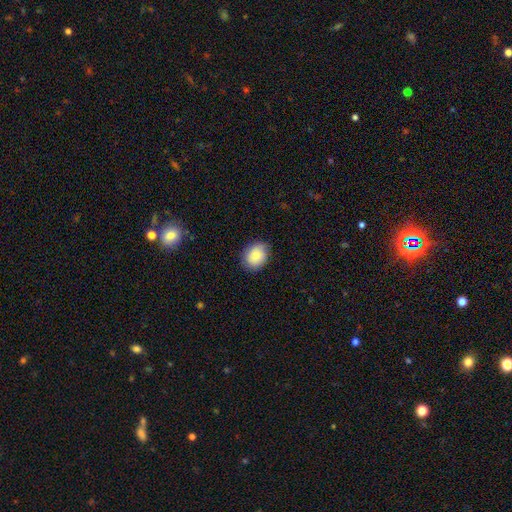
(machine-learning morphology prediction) This appears to be a smooth galaxy with no disk features (88%) that is in between round and cigar-shaped (55%). Merging: none (84%).